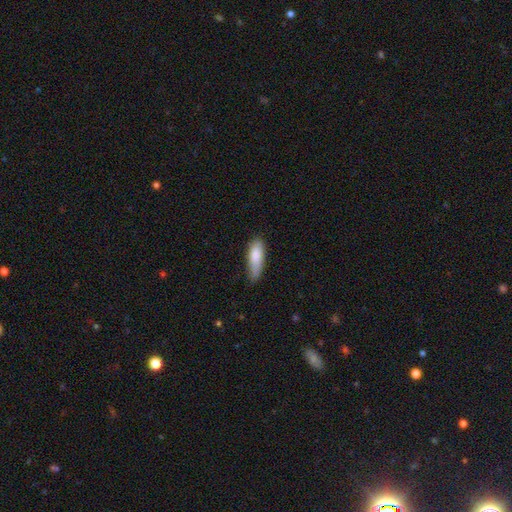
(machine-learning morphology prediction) Smooth or featured? smooth (83%)
How rounded? in between (56%)
Merging? none (57%)